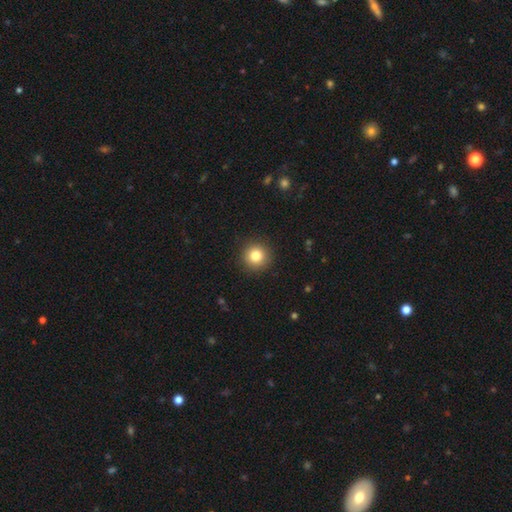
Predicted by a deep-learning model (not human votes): smooth_or_featured: smooth (p=0.82) [alt: star or artifact p=0.11]
how_rounded: round (p=0.95) [alt: in between p=0.04]
merging: none (p=0.92) [alt: minor disturbance p=0.05]